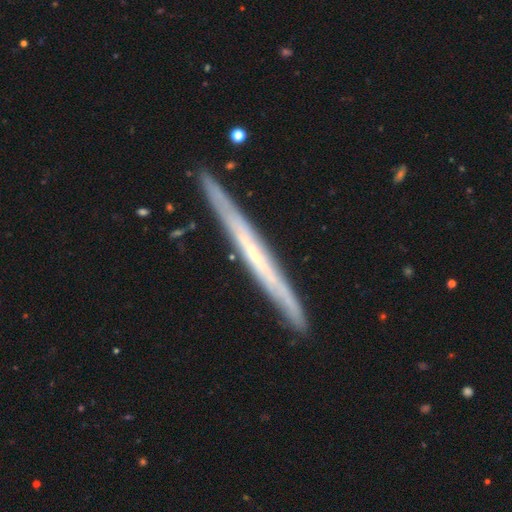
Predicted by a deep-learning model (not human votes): Overall: featured or disk (70%). Edge-on disk: yes (94%). Edge-on bulge: none (81%). Merging: none (89%).